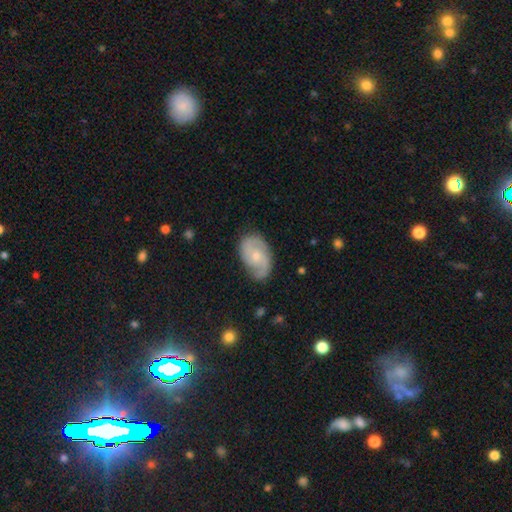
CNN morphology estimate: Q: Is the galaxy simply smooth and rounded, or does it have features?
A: featured or disk — 77%.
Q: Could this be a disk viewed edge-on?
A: no — 97%.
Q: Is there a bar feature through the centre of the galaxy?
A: no — 64%.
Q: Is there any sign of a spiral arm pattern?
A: yes — 94%.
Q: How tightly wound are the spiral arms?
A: medium — 48%.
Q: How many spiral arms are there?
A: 2 — 84%.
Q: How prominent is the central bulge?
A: small — 57%.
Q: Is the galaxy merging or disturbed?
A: none — 76%.